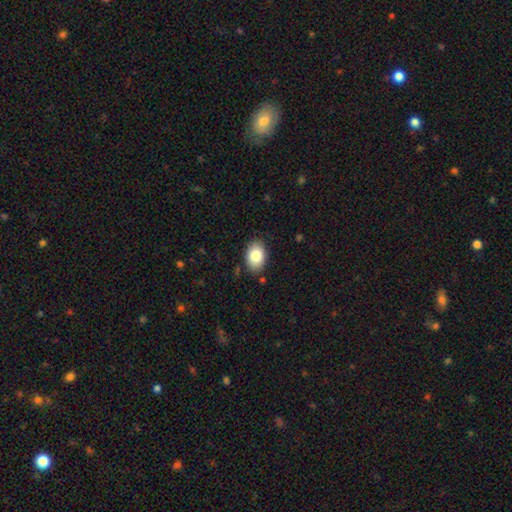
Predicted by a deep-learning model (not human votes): Overall: smooth (83%). How rounded: in between (82%). Merging: none (85%).